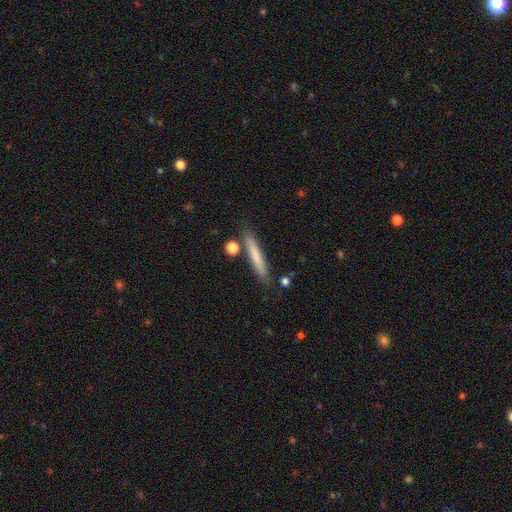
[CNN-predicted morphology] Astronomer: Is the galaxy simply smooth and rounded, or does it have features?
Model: smooth — 71%.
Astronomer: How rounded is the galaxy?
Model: cigar-shaped — 93%.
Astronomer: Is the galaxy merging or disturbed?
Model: none — 83%.